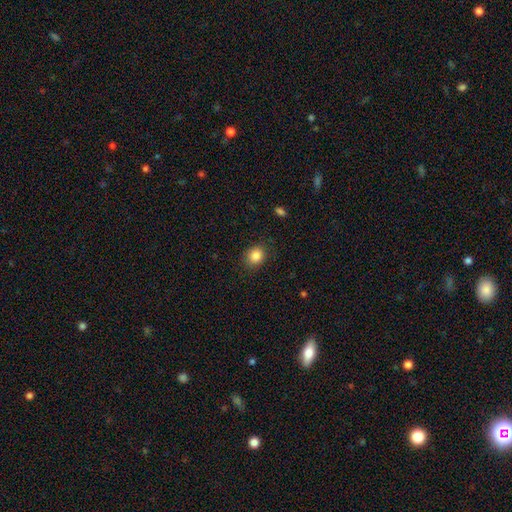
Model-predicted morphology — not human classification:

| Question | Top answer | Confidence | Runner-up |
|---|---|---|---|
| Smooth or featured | smooth | 86% | star or artifact (10%) |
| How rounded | round | 70% | in between (29%) |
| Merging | none | 85% | minor disturbance (11%) |